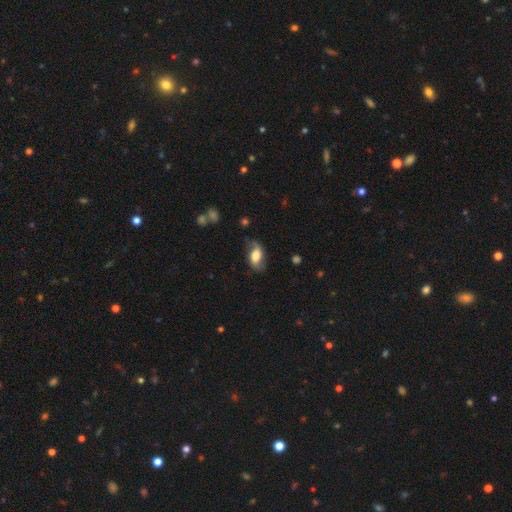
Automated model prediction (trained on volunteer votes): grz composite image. It shows a smooth galaxy with no disk features (47%). Merging: none (64%).